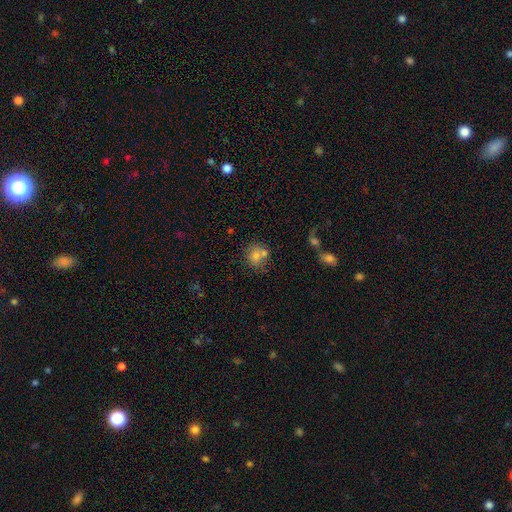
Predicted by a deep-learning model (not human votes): A smooth galaxy with no disk features (72%) that is round (78%).

Vote fractions:
- Smooth or featured? smooth: 72% / featured or disk: 15% / star or artifact: 13%
- How rounded? round: 78% / in between: 21% / cigar-shaped: 1%
- Merging? none: 52% / merger: 31% / minor disturbance: 12% / major disturbance: 5%